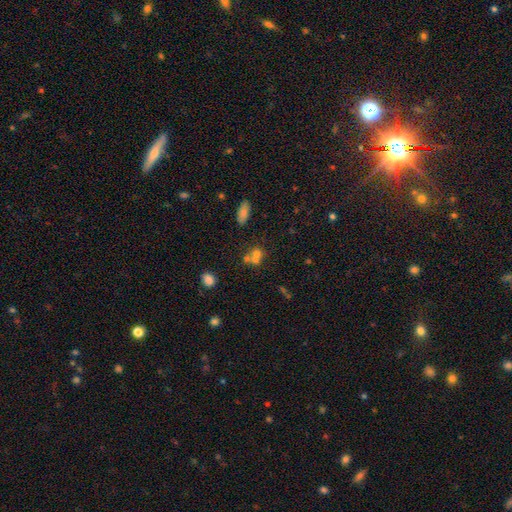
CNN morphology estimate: A smooth galaxy with no disk features (61%) that is round (65%). Merging: merger (57%).